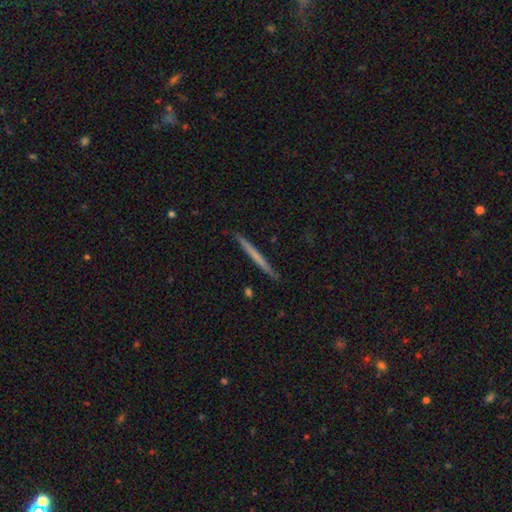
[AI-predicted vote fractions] Smooth or featured? Predicted: smooth (p=0.52). How rounded? Predicted: cigar-shaped (p=0.97). Merging? Predicted: none (p=0.91).